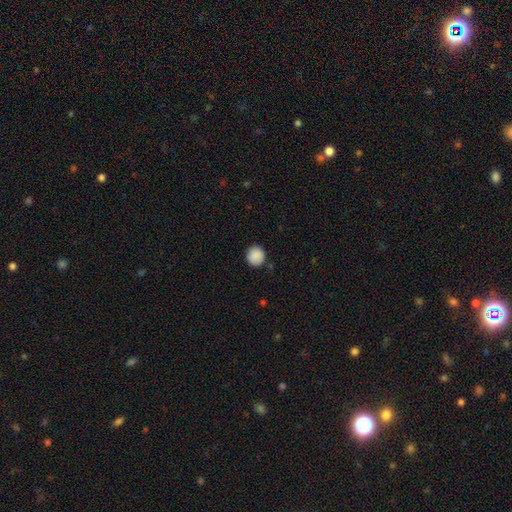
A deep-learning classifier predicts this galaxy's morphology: smooth_or_featured: smooth (p=0.89) [alt: star or artifact p=0.08]
how_rounded: round (p=0.93) [alt: in between p=0.06]
merging: none (p=0.88) [alt: minor disturbance p=0.09]